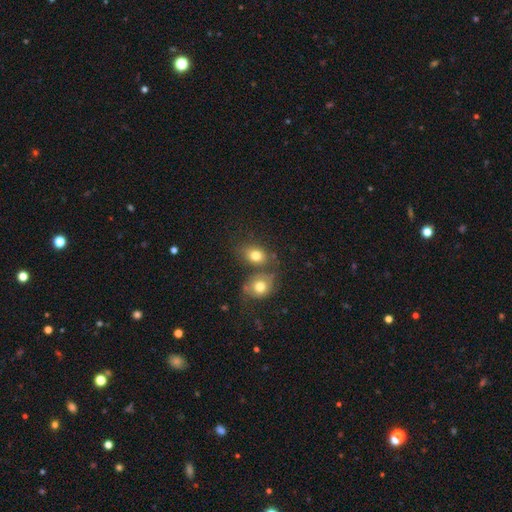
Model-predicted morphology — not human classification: Smooth or featured: smooth — 77% (featured or disk — 12%)
How rounded: in between — 55% (round — 43%)
Merging: none — 50% (merger — 33%)